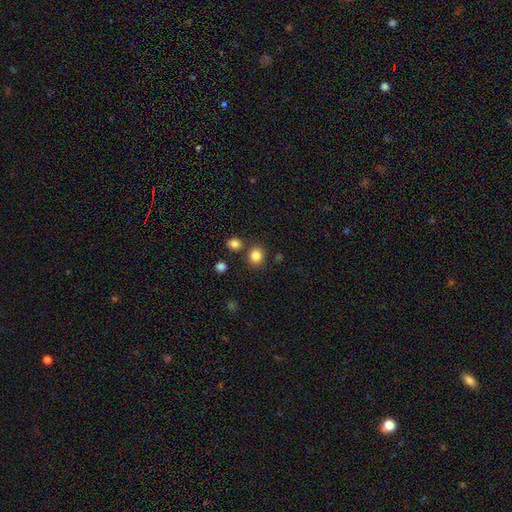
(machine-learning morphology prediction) Overall: smooth (84%). How rounded: round (81%). Merging: none (79%).